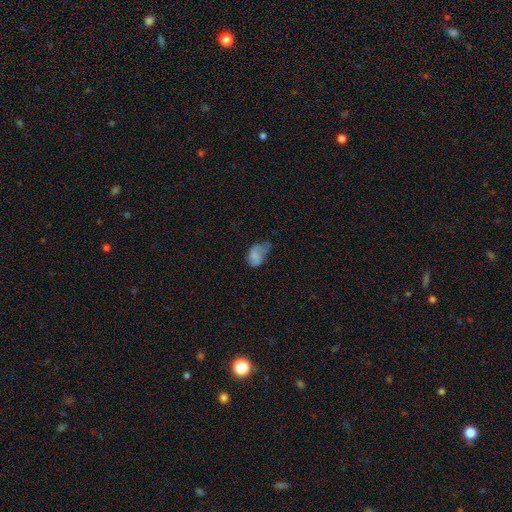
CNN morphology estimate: The model was most divided on "merging": minor disturbance: 38%, none: 30%, major disturbance: 29%, merger: 3%. More confident: how rounded — in between (85%); smooth or featured — smooth (56%).